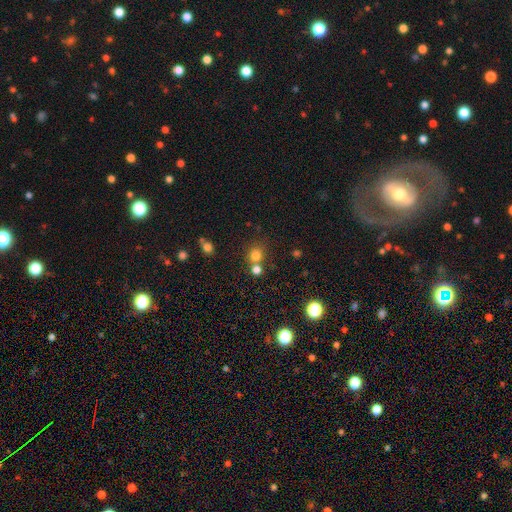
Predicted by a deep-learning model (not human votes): This appears to be a smooth galaxy with no disk features (77%) that is round (87%). Merging: none (62%).